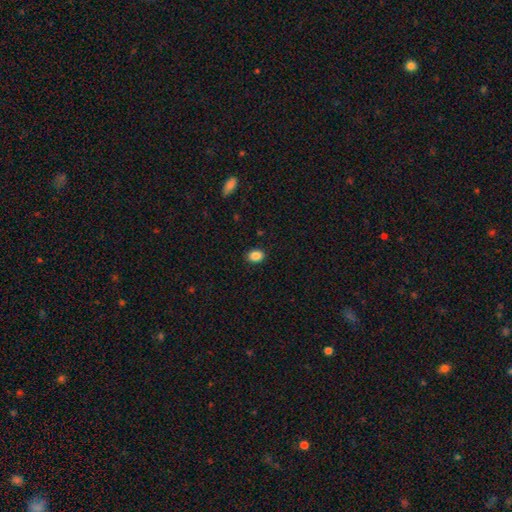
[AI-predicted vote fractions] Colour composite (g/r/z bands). It shows a smooth galaxy with no disk features (87%) that is in between round and cigar-shaped (69%). Merging: none (89%).